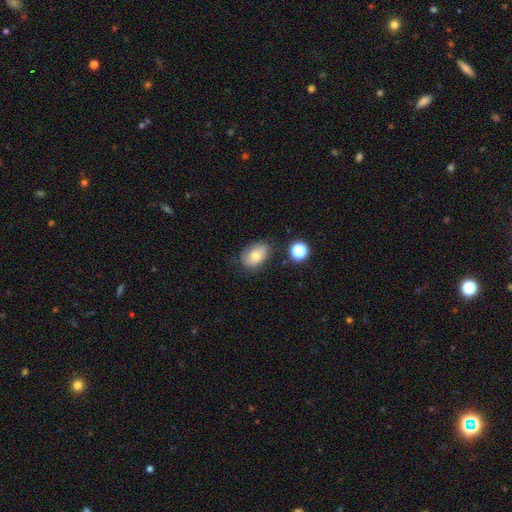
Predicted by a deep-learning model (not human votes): Smooth or featured?
  - smooth: 69% *
  - featured or disk: 21%
  - star or artifact: 10%
How rounded?
  - in between: 83% *
  - round: 16%
  - cigar-shaped: 1%
Merging?
  - none: 73% *
  - minor disturbance: 19%
  - major disturbance: 5%
  - merger: 3%